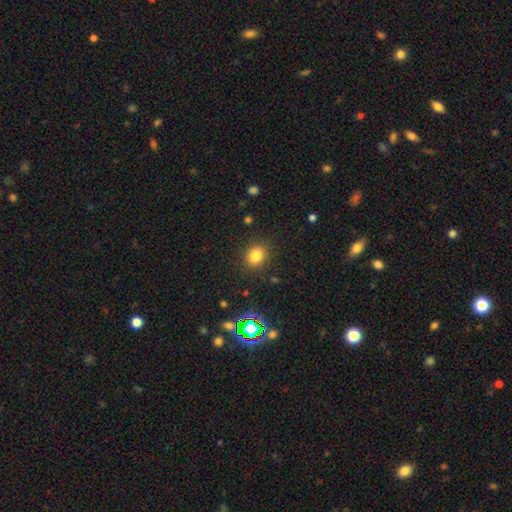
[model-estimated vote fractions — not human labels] Smooth or featured? Predicted: smooth (p=0.81). How rounded? Predicted: round (p=0.66). Merging? Predicted: none (p=0.86).